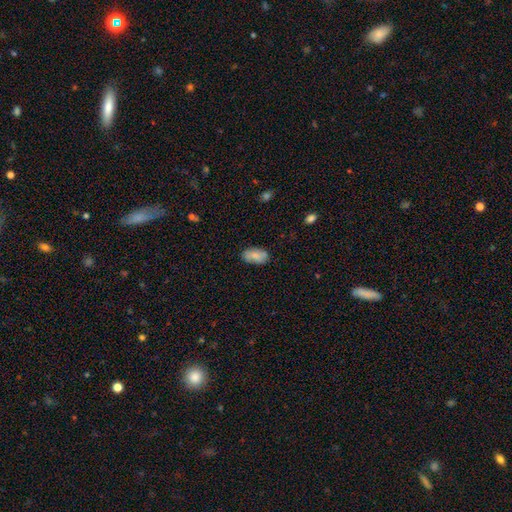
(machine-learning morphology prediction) smooth 80%, featured or disk 13%, star or artifact 7%. Down the decision tree: how rounded — in between (93%); merging — none (77%).